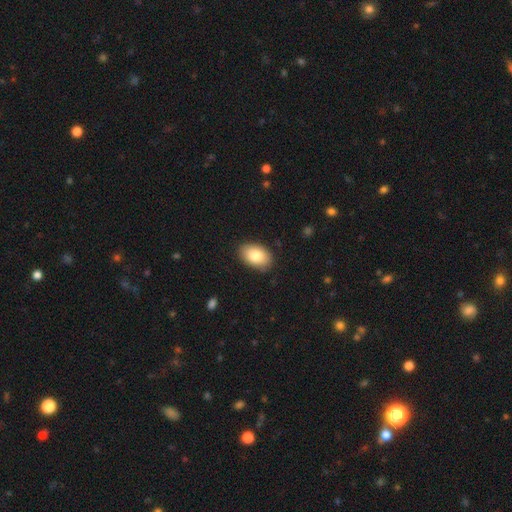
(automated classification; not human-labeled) This is clearly a smooth galaxy (83%). How rounded: clearly in between (89%). Merging: clearly none (86%).